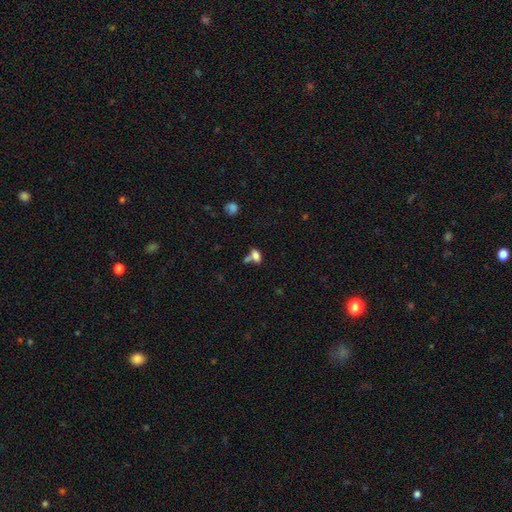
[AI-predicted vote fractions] A smooth galaxy with no disk features (76%) that is in between round and cigar-shaped (85%).

Vote fractions:
- Smooth or featured? smooth: 76% / featured or disk: 12% / star or artifact: 11%
- How rounded? in between: 85% / round: 9% / cigar-shaped: 6%
- Merging? none: 41% / merger: 40% / minor disturbance: 13% / major disturbance: 7%